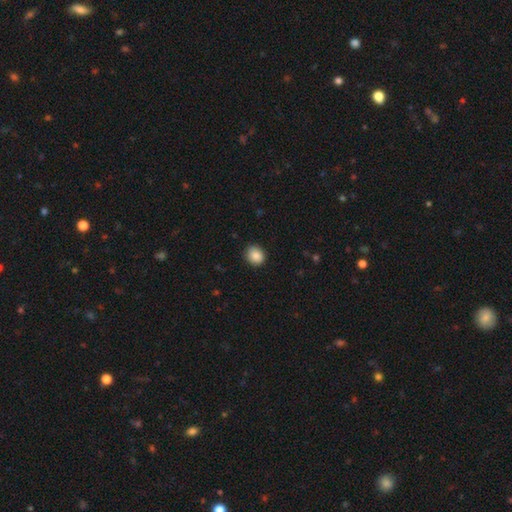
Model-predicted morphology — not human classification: Smooth or featured: smooth — 87% (star or artifact — 8%)
How rounded: round — 71% (in between — 28%)
Merging: none — 86% (minor disturbance — 11%)